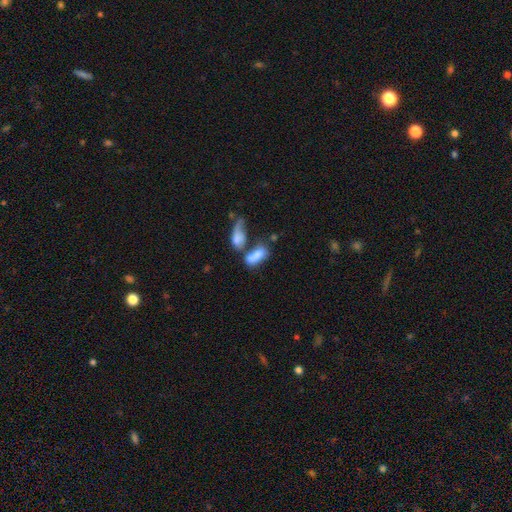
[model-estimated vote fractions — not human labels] This appears to be a smooth galaxy with no disk features (72%) that is in between round and cigar-shaped (82%). Merging: merger (62%).